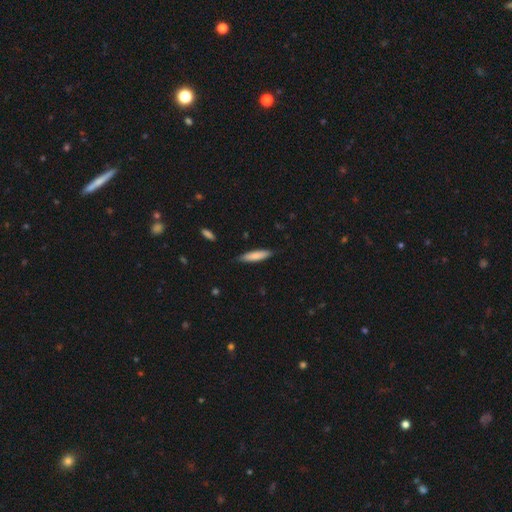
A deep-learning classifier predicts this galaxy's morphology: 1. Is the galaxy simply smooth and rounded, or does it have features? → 80% smooth, 15% featured or disk, 5% star or artifact.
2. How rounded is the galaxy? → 78% cigar-shaped, 20% in between, 1% round.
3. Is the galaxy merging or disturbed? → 85% none, 12% minor disturbance, 2% major disturbance, 1% merger.